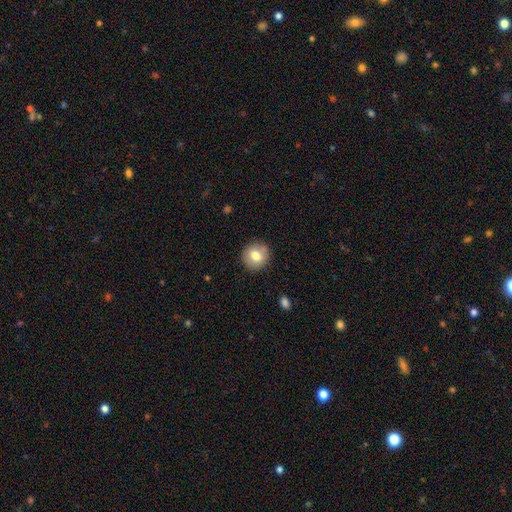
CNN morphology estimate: Q: Smooth or featured?
A: smooth (76%); runner-up: featured or disk (15%)
Q: How rounded?
A: round (89%); runner-up: in between (10%)
Q: Merging?
A: none (87%); runner-up: minor disturbance (9%)